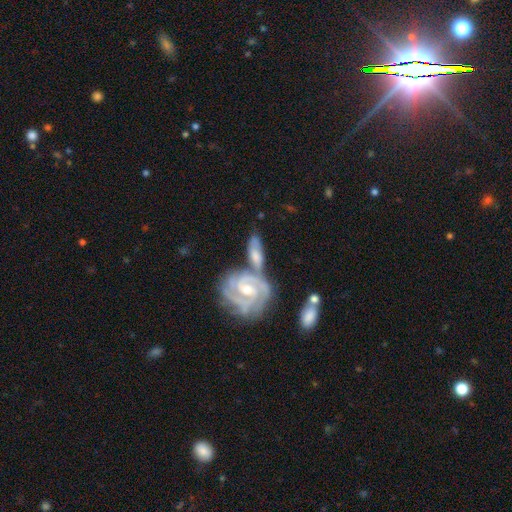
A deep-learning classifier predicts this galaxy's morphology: Overall: featured or disk (72%). Edge-on disk: no (93%). Bar: no (47%; weak 40%). Spiral arms: yes (92%). Spiral arm count: 3 (36%; 2 27%). Spiral winding: tight (60%; medium 33%). Bulge size: moderate (58%; small 36%). Merging: merger (43%; none 35%).